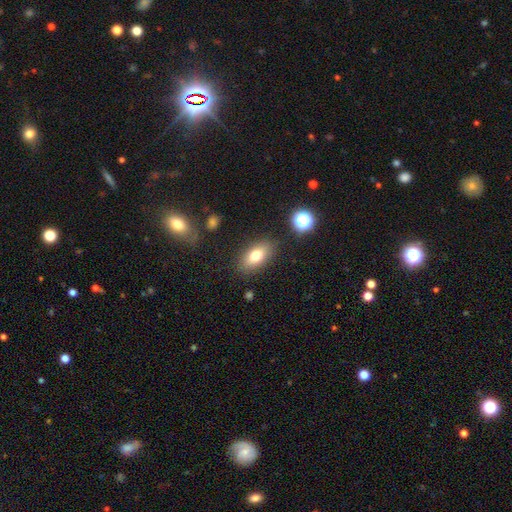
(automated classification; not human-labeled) smooth-or-featured: smooth: 76% | featured or disk: 15% | star or artifact: 9%
  how-rounded: in between: 86% | round: 7% | cigar-shaped: 7%
  merging: none: 84% | minor disturbance: 11% | major disturbance: 3% | merger: 2%